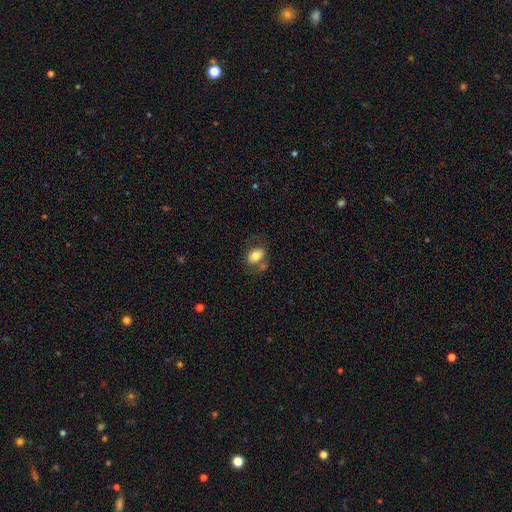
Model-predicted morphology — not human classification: smooth-or-featured: smooth: 75% | featured or disk: 18% | star or artifact: 8%
  how-rounded: in between: 80% | round: 18% | cigar-shaped: 1%
  merging: none: 56% | merger: 18% | minor disturbance: 18% | major disturbance: 8%